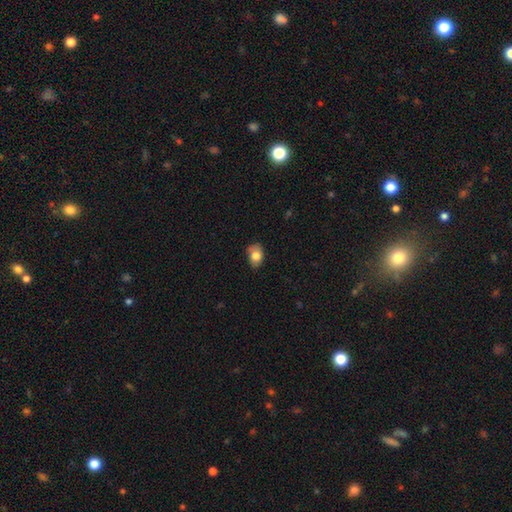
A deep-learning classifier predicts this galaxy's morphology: smooth-or-featured: smooth: 79% | featured or disk: 13% | star or artifact: 8%
  how-rounded: in between: 79% | round: 20% | cigar-shaped: 1%
  merging: none: 67% | minor disturbance: 26% | major disturbance: 5% | merger: 2%